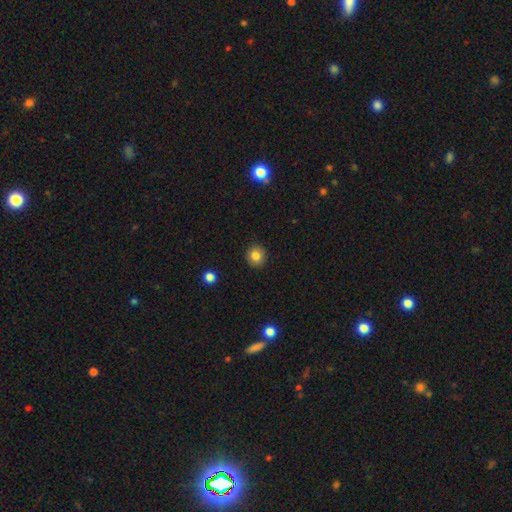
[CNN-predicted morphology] Smooth or featured? Predicted: smooth (p=0.83). How rounded? Predicted: round (p=0.90). Merging? Predicted: none (p=0.91).